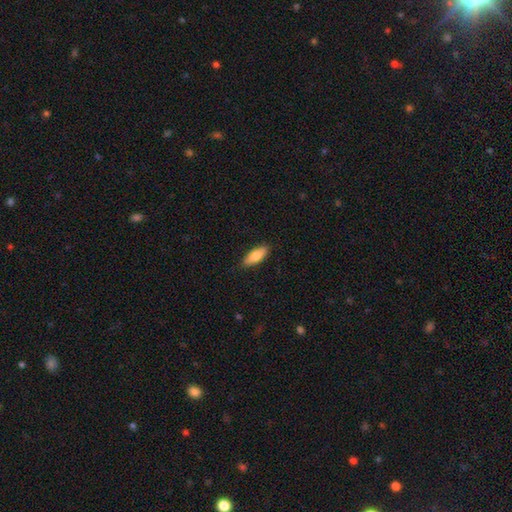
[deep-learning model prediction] A smooth galaxy with no disk features (79%) that is in between round and cigar-shaped (65%).

Vote fractions:
- Smooth or featured? smooth: 79% / featured or disk: 16% / star or artifact: 6%
- How rounded? in between: 65% / cigar-shaped: 33% / round: 2%
- Merging? none: 86% / minor disturbance: 11% / major disturbance: 2% / merger: 1%